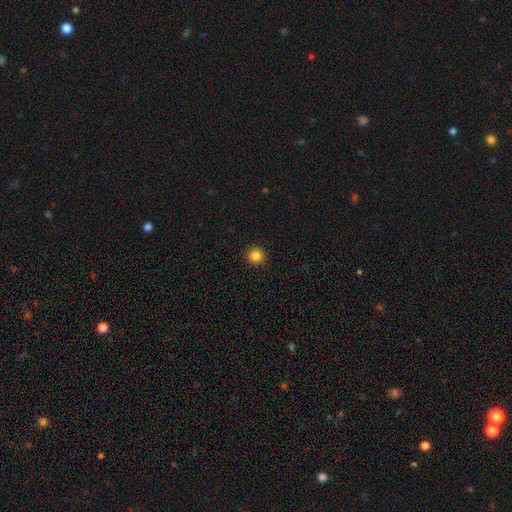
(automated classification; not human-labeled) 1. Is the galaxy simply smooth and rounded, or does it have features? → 85% smooth, 11% star or artifact, 4% featured or disk.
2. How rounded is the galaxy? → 94% round, 5% in between, 1% cigar-shaped.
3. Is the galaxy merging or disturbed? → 93% none, 4% minor disturbance, 2% major disturbance, 1% merger.